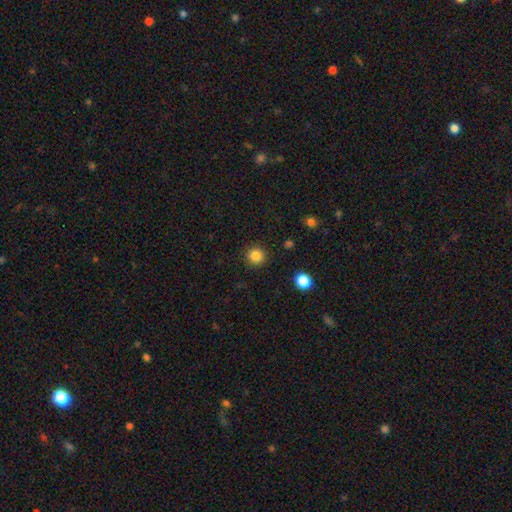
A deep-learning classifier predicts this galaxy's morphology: This is clearly a smooth galaxy (84%). How rounded: clearly round (94%). Merging: clearly none (91%).